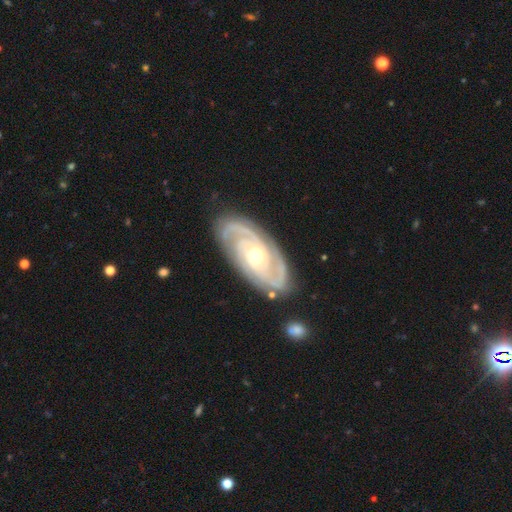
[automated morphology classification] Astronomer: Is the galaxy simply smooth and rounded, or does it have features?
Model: featured or disk — 91%.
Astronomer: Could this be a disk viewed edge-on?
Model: no — 95%.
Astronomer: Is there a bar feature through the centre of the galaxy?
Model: no — 57%.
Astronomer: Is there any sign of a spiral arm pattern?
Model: yes — 98%.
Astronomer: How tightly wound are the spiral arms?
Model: tight — 67%.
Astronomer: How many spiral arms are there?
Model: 2 — 58%.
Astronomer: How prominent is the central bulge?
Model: moderate — 58% (runner-up: small, 38%).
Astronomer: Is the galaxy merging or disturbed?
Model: none — 83%.